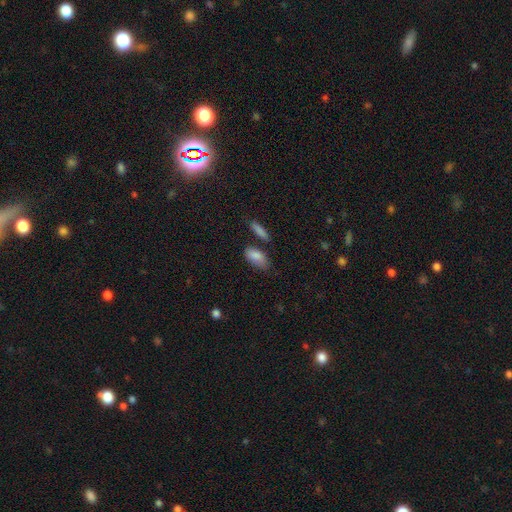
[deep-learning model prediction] Smooth or featured? Predicted: smooth (p=0.85). How rounded? Predicted: in between (p=0.88). Merging? Predicted: none (p=0.67).